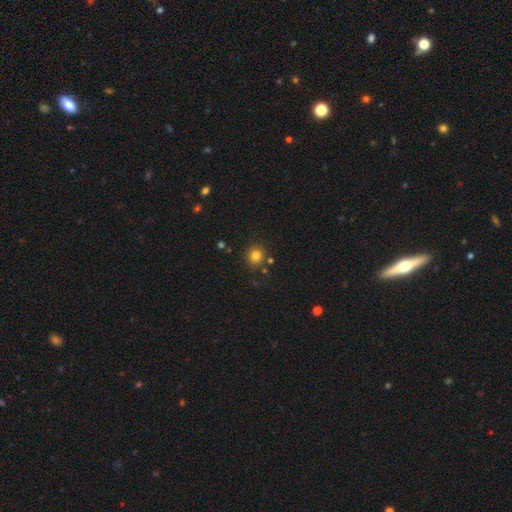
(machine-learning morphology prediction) Smooth or featured? smooth (81%)
How rounded? round (89%)
Merging? none (85%)